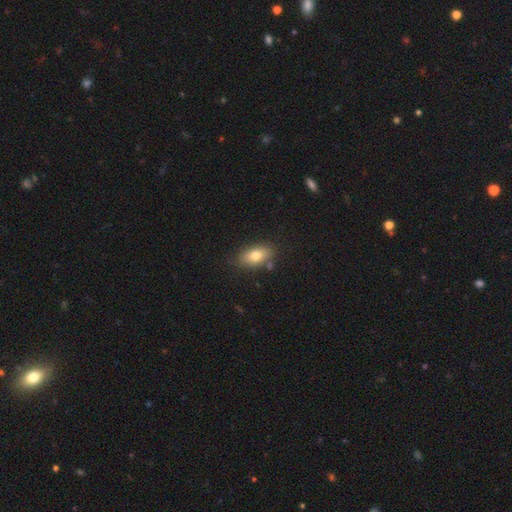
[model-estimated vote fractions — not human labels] smooth-or-featured: smooth: 76% | featured or disk: 15% | star or artifact: 8%
  how-rounded: in between: 87% | round: 9% | cigar-shaped: 4%
  merging: none: 78% | minor disturbance: 14% | merger: 5% | major disturbance: 3%